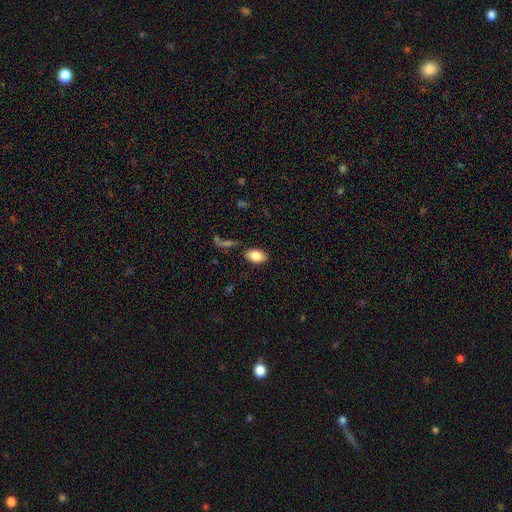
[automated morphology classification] Smooth or featured?
  - smooth: 84% *
  - featured or disk: 9%
  - star or artifact: 7%
How rounded?
  - in between: 91% *
  - round: 8%
  - cigar-shaped: 2%
Merging?
  - none: 83% *
  - minor disturbance: 11%
  - merger: 3%
  - major disturbance: 3%